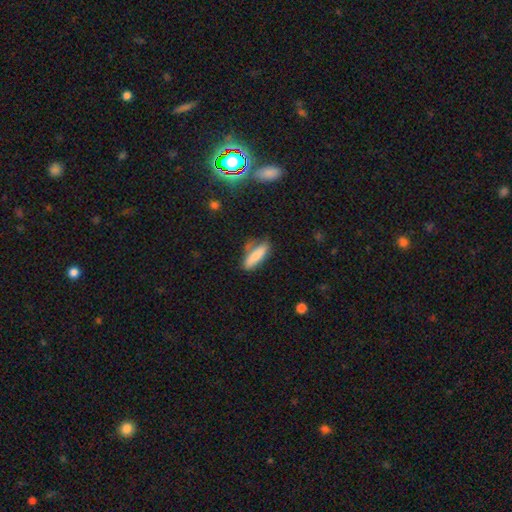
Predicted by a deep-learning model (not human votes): Smooth or featured: smooth — 82% (featured or disk — 11%)
How rounded: cigar-shaped — 52% (in between — 46%)
Merging: none — 61% (minor disturbance — 25%)